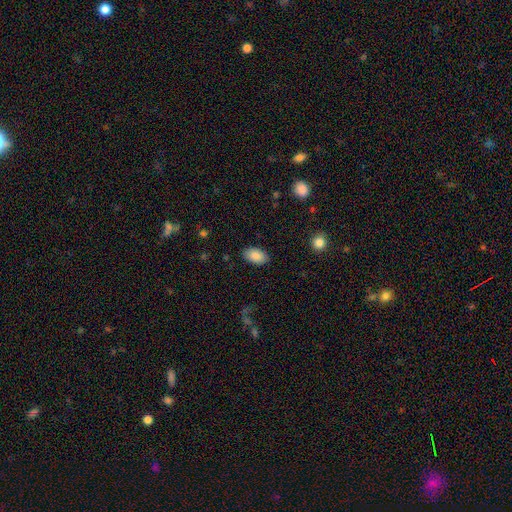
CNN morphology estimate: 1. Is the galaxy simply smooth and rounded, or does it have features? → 86% smooth, 7% featured or disk, 7% star or artifact.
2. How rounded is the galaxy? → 93% in between, 5% round, 1% cigar-shaped.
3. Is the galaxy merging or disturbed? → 87% none, 9% minor disturbance, 3% major disturbance, 1% merger.